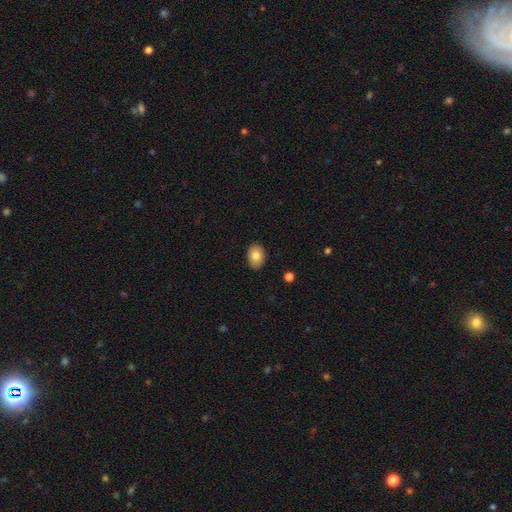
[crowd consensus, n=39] A smooth galaxy with no disk features (85%) that is in between round and cigar-shaped (73%).

Vote fractions:
- Smooth or featured? smooth: 85% / featured or disk: 15% / star or artifact: 0%
- How rounded? in between: 73% / round: 27% / cigar-shaped: 0%
- Merging? none: 87% / minor disturbance: 10% / major disturbance: 3% / merger: 0%